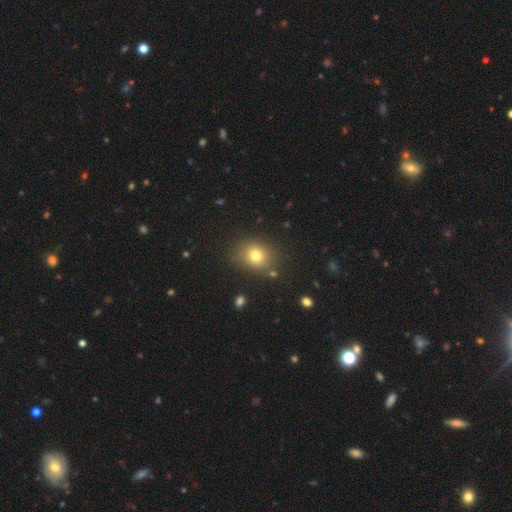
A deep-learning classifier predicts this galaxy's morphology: smooth-or-featured: smooth: 76% | star or artifact: 15% | featured or disk: 9%
  how-rounded: round: 67% | in between: 32% | cigar-shaped: 1%
  merging: none: 82% | minor disturbance: 11% | major disturbance: 4% | merger: 4%